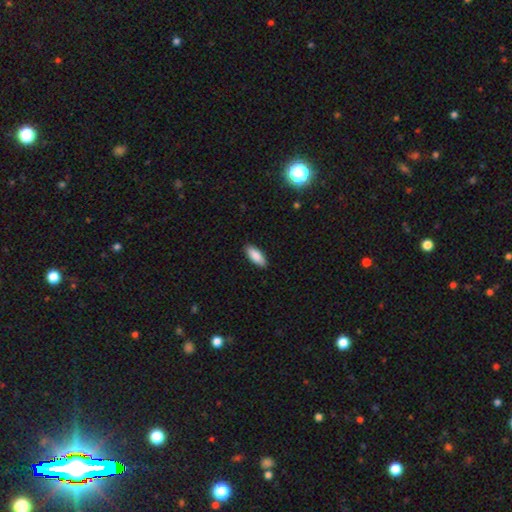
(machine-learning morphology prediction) smooth_or_featured: smooth (p=0.88) [alt: featured or disk p=0.06]
how_rounded: in between (p=0.78) [alt: cigar-shaped p=0.20]
merging: none (p=0.89) [alt: minor disturbance p=0.08]